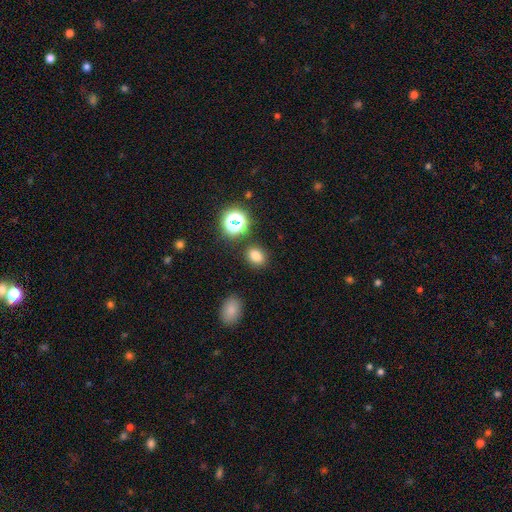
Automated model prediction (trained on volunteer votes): smooth 77%, star or artifact 17%, featured or disk 6%. Down the decision tree: how rounded — in between (54%); merging — none (85%).